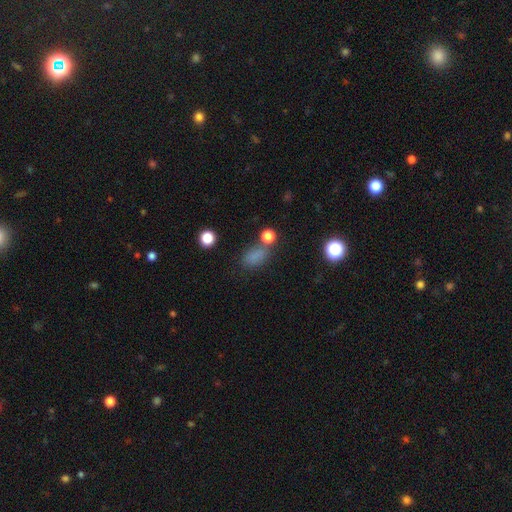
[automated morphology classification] smooth_or_featured: smooth (p=0.73) [alt: star or artifact p=0.20]
how_rounded: in between (p=0.77) [alt: round p=0.19]
merging: none (p=0.61) [alt: minor disturbance p=0.18]